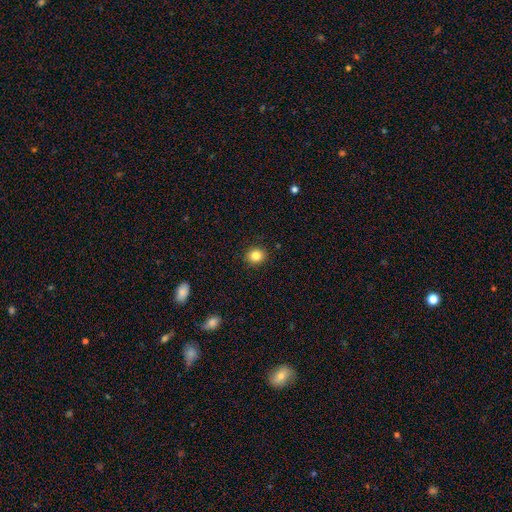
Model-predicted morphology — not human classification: smooth_or_featured: smooth (p=0.84) [alt: star or artifact p=0.11]
how_rounded: round (p=0.80) [alt: in between p=0.19]
merging: none (p=0.91) [alt: minor disturbance p=0.06]